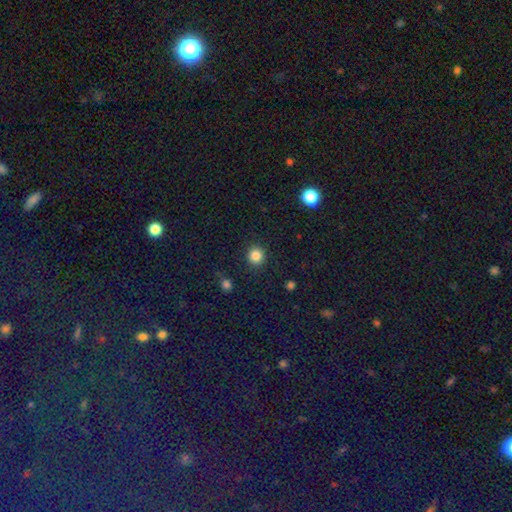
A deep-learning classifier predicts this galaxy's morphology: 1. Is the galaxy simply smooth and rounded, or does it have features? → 84% smooth, 12% star or artifact, 4% featured or disk.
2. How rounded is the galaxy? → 91% round, 8% in between, 1% cigar-shaped.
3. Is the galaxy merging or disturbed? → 90% none, 6% minor disturbance, 2% major disturbance, 1% merger.